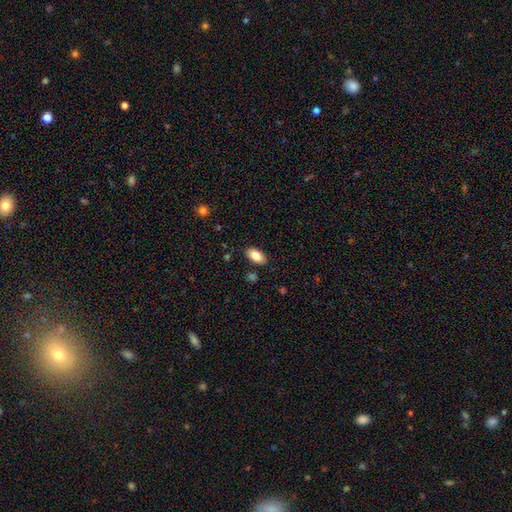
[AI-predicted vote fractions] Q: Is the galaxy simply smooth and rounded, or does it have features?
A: smooth — 85%.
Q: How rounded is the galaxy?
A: in between — 94%.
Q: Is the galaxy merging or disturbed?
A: none — 86%.